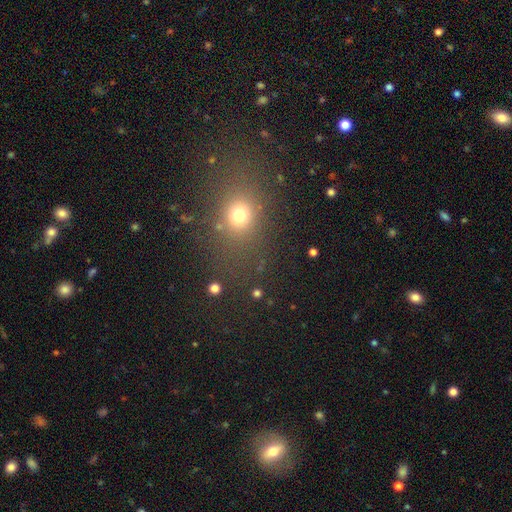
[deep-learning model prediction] smooth 60%, star or artifact 30%, featured or disk 10%. Down the decision tree: how rounded — round (49%); merging — none (83%).